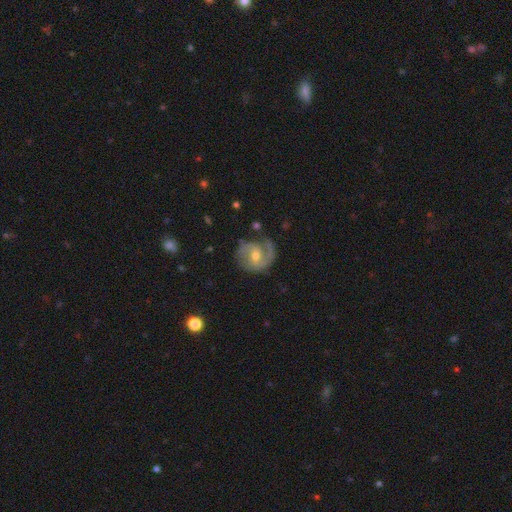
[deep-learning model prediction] Smooth or featured? featured or disk (81%)
Edge-on disk? no (97%)
Bar? no (49%)
Spiral arms? yes (94%)
Spiral winding? medium (44%)
Spiral arm count? 2 (61%)
Bulge size? moderate (51%)
Merging? none (66%)